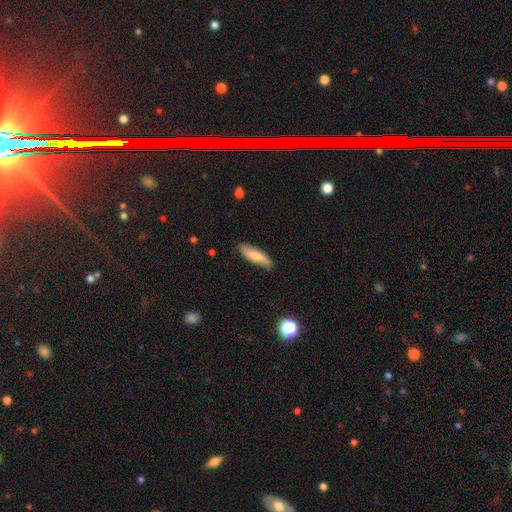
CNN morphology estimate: Overall: smooth (70%). How rounded: cigar-shaped (50%; in between 48%). Merging: none (78%).